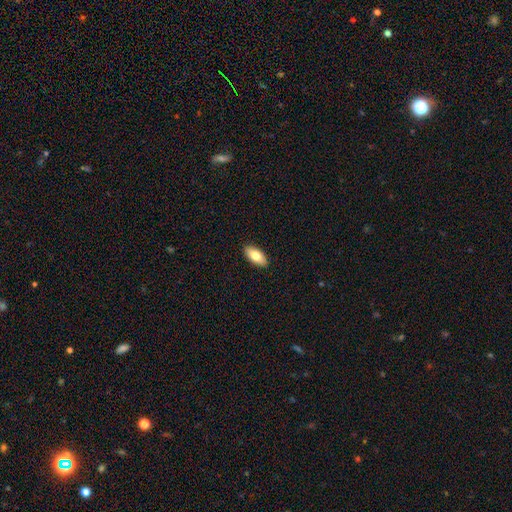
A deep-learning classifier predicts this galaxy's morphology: smooth_or_featured: smooth (p=0.77) [alt: featured or disk p=0.16]
how_rounded: in between (p=0.88) [alt: cigar-shaped p=0.09]
merging: none (p=0.91) [alt: minor disturbance p=0.07]